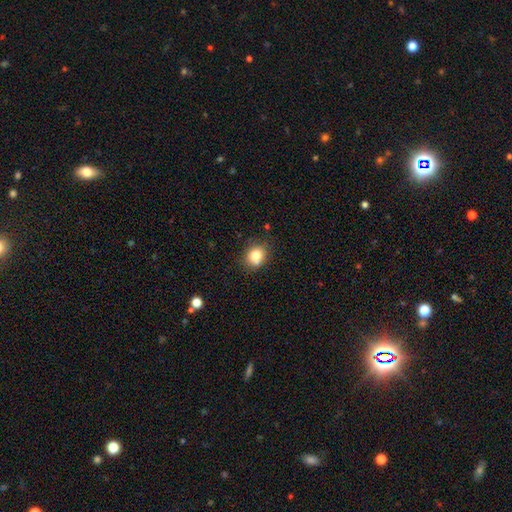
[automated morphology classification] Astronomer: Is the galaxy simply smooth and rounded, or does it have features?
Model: smooth — 79%.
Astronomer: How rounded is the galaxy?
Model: round — 66%.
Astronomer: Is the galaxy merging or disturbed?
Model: none — 70%.